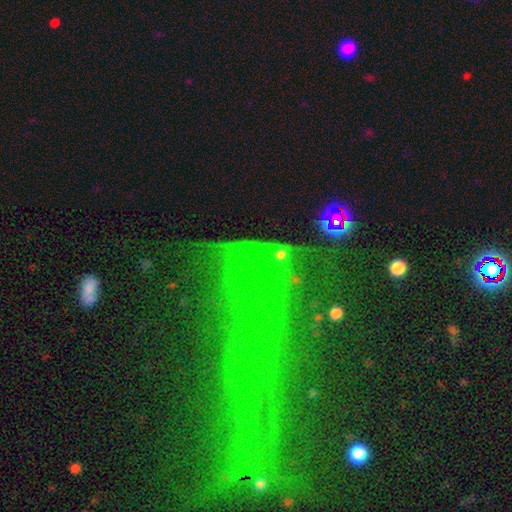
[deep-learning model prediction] The model was most divided on "smooth or featured": star or artifact: 63%, featured or disk: 19%, smooth: 18%.